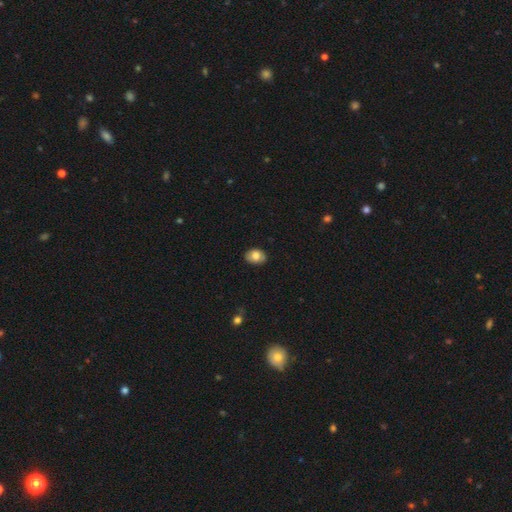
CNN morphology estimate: Overall: smooth (80%). How rounded: in between (75%). Merging: none (87%).